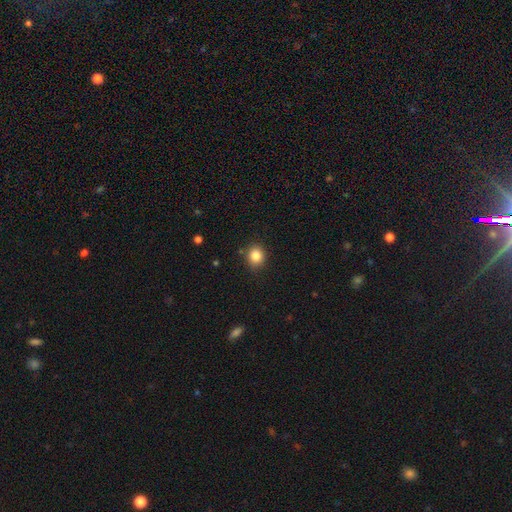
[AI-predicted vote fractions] This appears to be a smooth galaxy with no disk features (84%) that is round (75%). Merging: none (85%).